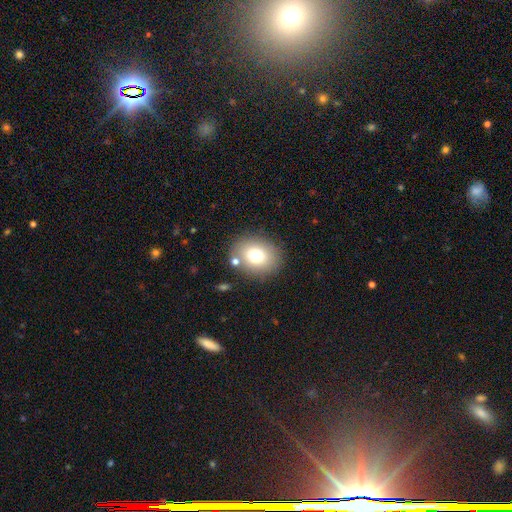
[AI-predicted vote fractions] This is likely a smooth galaxy (75%). How rounded: possibly round (52%). Merging: clearly none (81%).